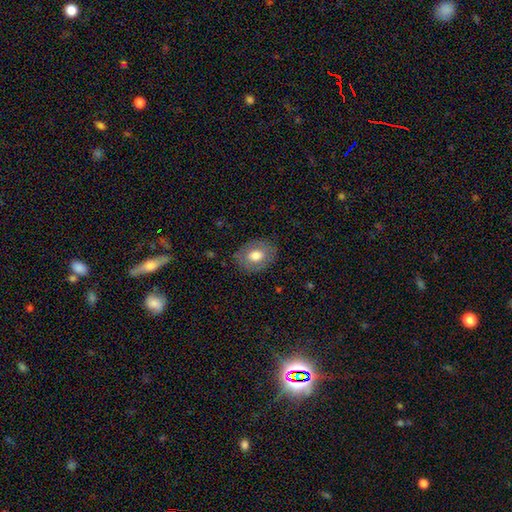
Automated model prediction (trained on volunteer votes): Smooth or featured: smooth — 66% (featured or disk — 26%)
How rounded: in between — 67% (round — 32%)
Merging: none — 80% (minor disturbance — 14%)